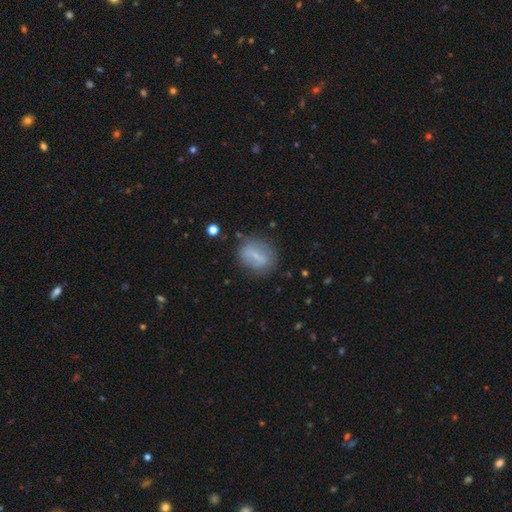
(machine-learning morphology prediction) Q: Smooth or featured?
A: smooth (53%); runner-up: featured or disk (38%)
Q: How rounded?
A: in between (56%); runner-up: round (38%)
Q: Merging?
A: none (72%); runner-up: minor disturbance (18%)